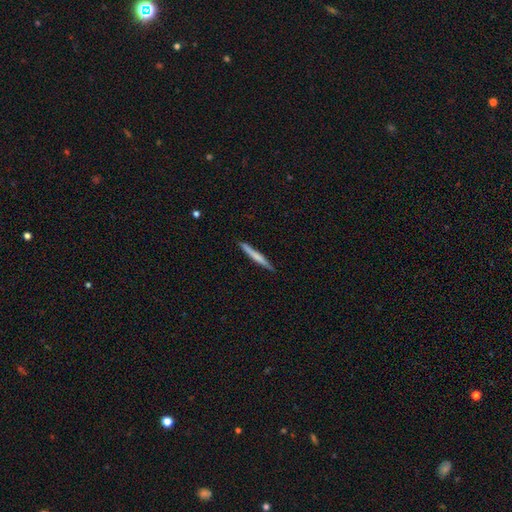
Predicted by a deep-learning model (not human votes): Smooth or featured? Predicted: smooth (p=0.58). How rounded? Predicted: cigar-shaped (p=0.96). Merging? Predicted: none (p=0.90).